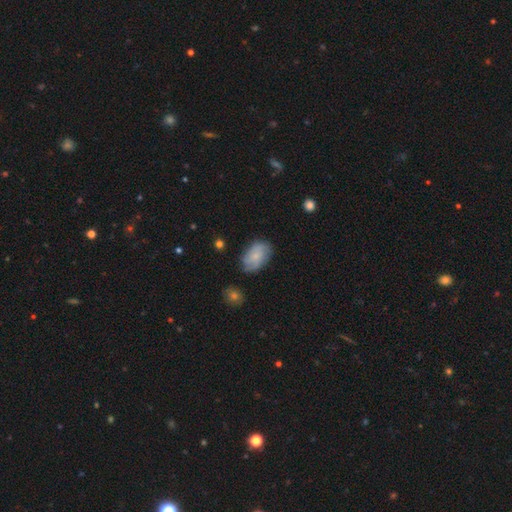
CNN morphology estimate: smooth-or-featured: smooth: 64% | featured or disk: 29% | star or artifact: 7%
  how-rounded: in between: 89% | round: 9% | cigar-shaped: 2%
  merging: none: 73% | minor disturbance: 21% | major disturbance: 5% | merger: 2%